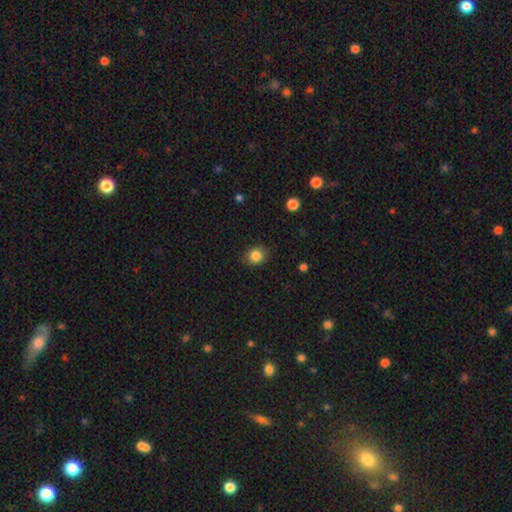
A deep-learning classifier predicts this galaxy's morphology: smooth 85%, star or artifact 10%, featured or disk 5%. Down the decision tree: how rounded — round (68%); merging — none (84%).